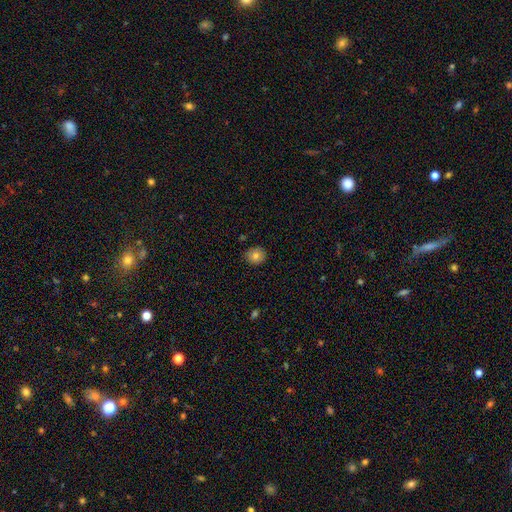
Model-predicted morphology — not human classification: A smooth galaxy with no disk features (80%) that is round (83%). Merging: none (86%).